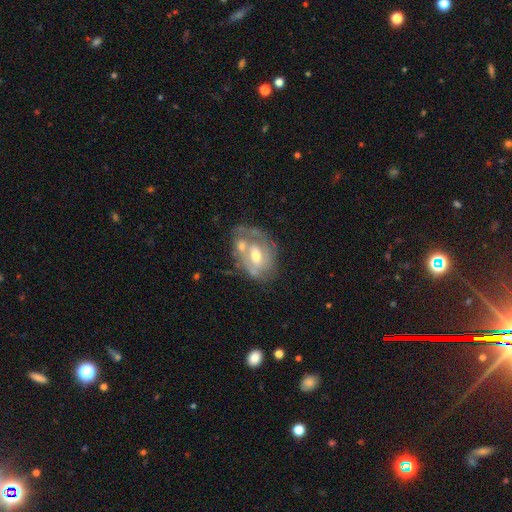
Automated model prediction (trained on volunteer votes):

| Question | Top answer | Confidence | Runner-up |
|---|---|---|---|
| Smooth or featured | featured or disk | 68% | smooth (26%) |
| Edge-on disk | no | 95% | yes (5%) |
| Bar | no | 45% | weak (41%) |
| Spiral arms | yes | 55% | no (45%) |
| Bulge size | moderate | 69% | small (22%) |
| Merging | none | 36% | merger (27%) |